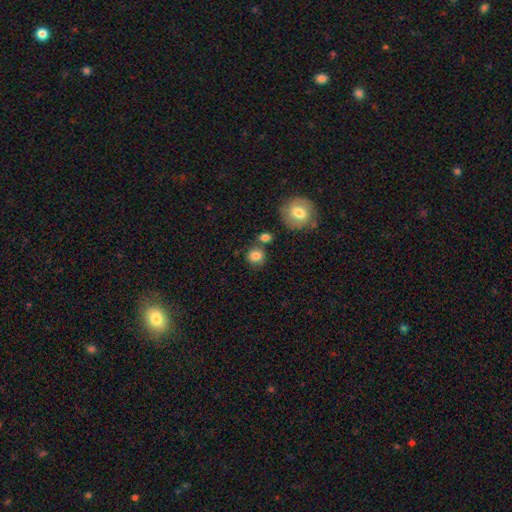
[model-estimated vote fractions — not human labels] Smooth or featured? smooth (84%)
How rounded? round (83%)
Merging? none (70%)